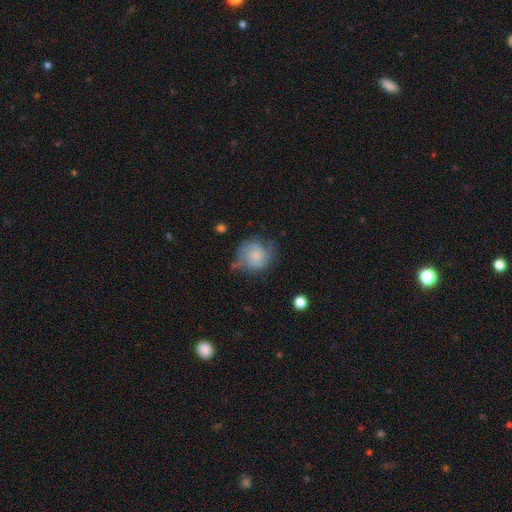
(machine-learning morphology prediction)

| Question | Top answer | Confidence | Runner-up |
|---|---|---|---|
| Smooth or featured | smooth | 49% | featured or disk (43%) |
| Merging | none | 50% | minor disturbance (31%) |